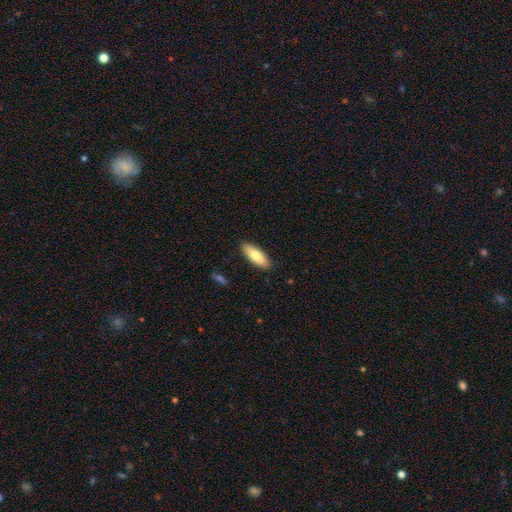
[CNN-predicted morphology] This is likely a smooth galaxy (75%). How rounded: likely in between (72%). Merging: clearly none (89%).